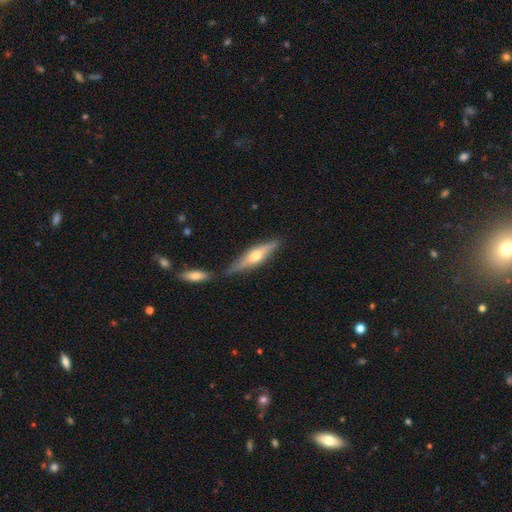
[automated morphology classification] The model was most divided on "smooth or featured": featured or disk: 61%, smooth: 34%, star or artifact: 6%. More confident: edge-on disk — yes (93%); edge-on bulge — rounded (93%); merging — none (72%).